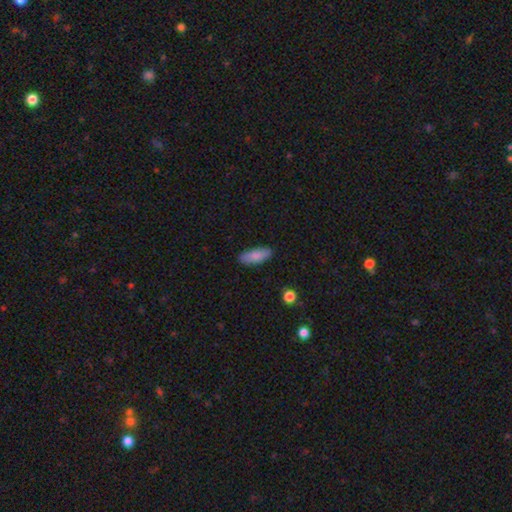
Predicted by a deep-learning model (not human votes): This appears to be a smooth galaxy with no disk features (84%) that is in between round and cigar-shaped (77%). Merging: none (87%).